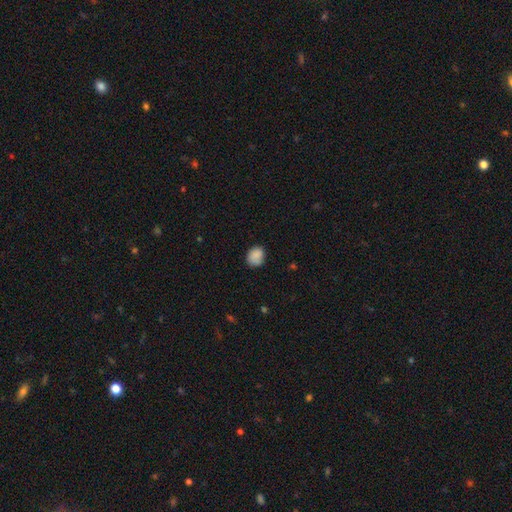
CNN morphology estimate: type=smooth (86%); roundness=round (62%); merging=none (75%).